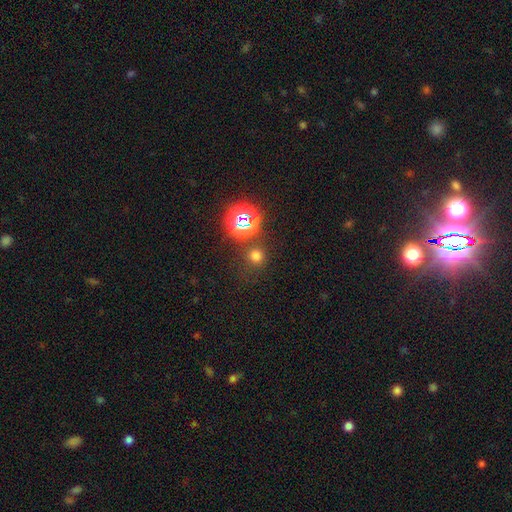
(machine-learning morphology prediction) Smooth or featured? Predicted: smooth (p=0.67). How rounded? Predicted: round (p=0.90). Merging? Predicted: none (p=0.82).